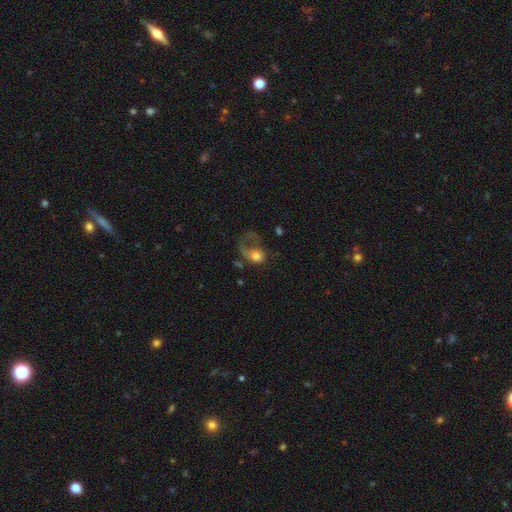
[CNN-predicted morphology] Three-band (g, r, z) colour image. It shows a smooth galaxy with no disk features (56%) that is round (56%). Merging: major disturbance (62%).